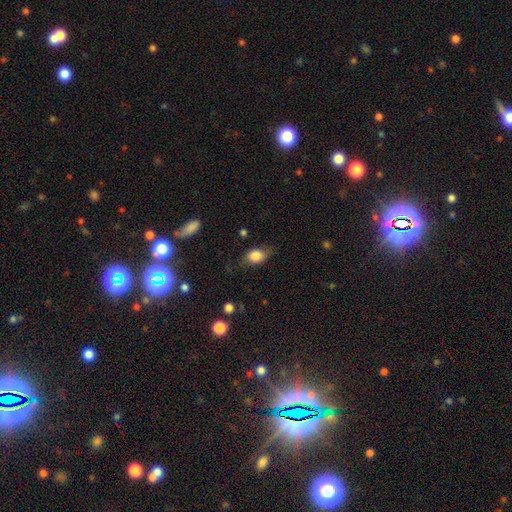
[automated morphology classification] type=smooth (80%); roundness=in between (72%); merging=none (67%).